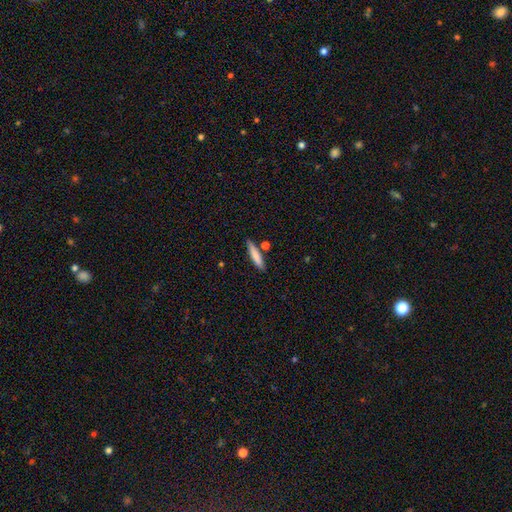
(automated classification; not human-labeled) A smooth galaxy with no disk features (78%) that is cigar-shaped (85%). Merging: none (78%).